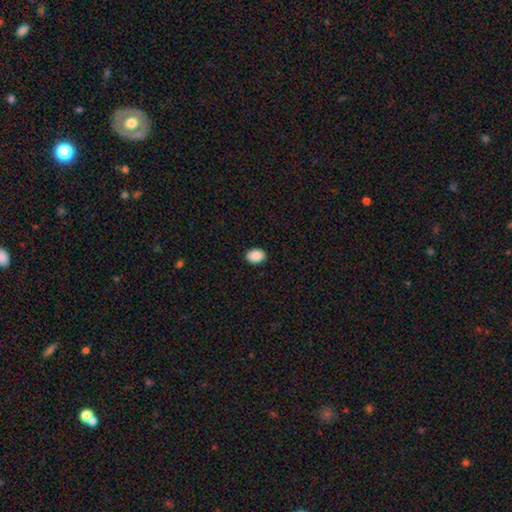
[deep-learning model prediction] The model was most divided on "how rounded": in between: 74%, round: 25%, cigar-shaped: 1%. More confident: merging — none (91%); smooth or featured — smooth (90%).